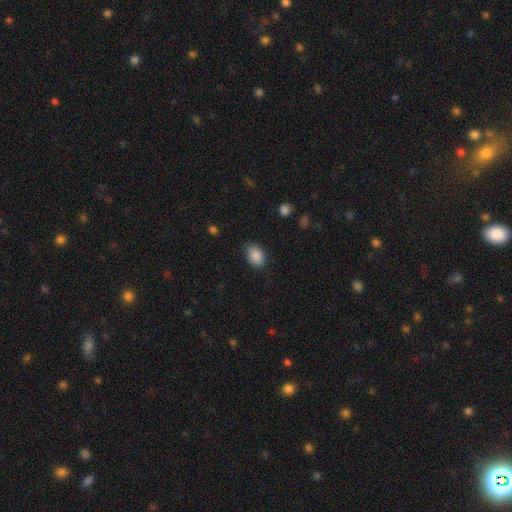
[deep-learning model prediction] Smooth or featured? smooth (89%)
How rounded? in between (81%)
Merging? none (78%)